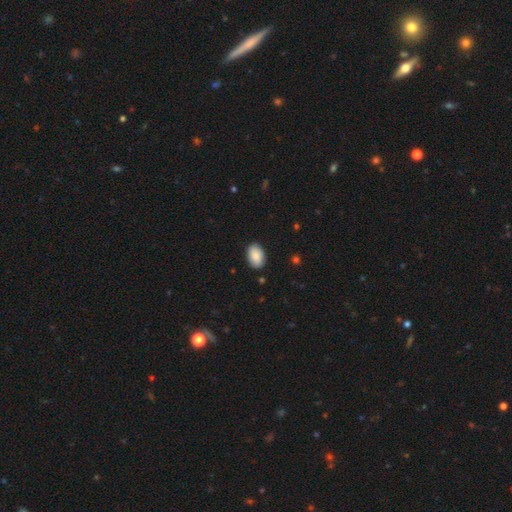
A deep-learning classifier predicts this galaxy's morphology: This appears to be a smooth galaxy with no disk features (89%) that is in between round and cigar-shaped (92%). Merging: none (88%).